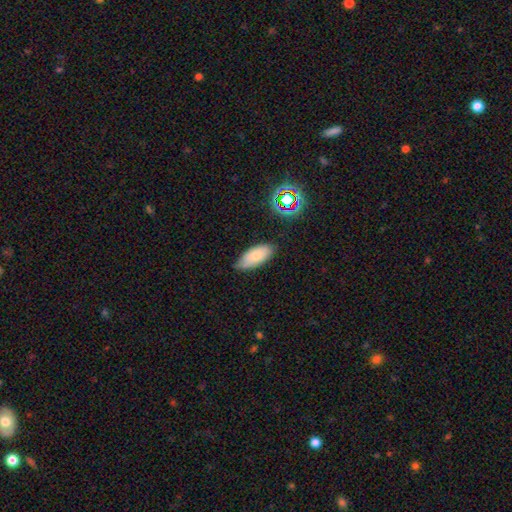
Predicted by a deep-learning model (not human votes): Smooth or featured? Predicted: smooth (p=0.74). How rounded? Predicted: in between (p=0.88). Merging? Predicted: none (p=0.65).